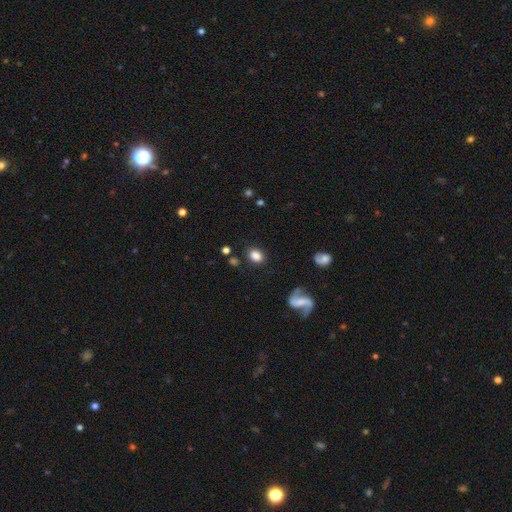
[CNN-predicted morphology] Smooth or featured: smooth — 79% (star or artifact — 10%)
How rounded: in between — 56% (round — 43%)
Merging: none — 80% (minor disturbance — 12%)